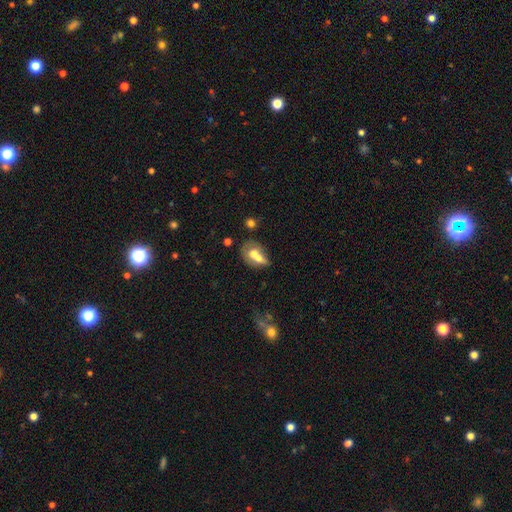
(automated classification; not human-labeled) A smooth galaxy with no disk features (63%) that is in between round and cigar-shaped (70%).

Vote fractions:
- Smooth or featured? smooth: 63% / featured or disk: 29% / star or artifact: 8%
- How rounded? in between: 70% / round: 25% / cigar-shaped: 4%
- Merging? merger: 67% / none: 18% / minor disturbance: 9% / major disturbance: 7%